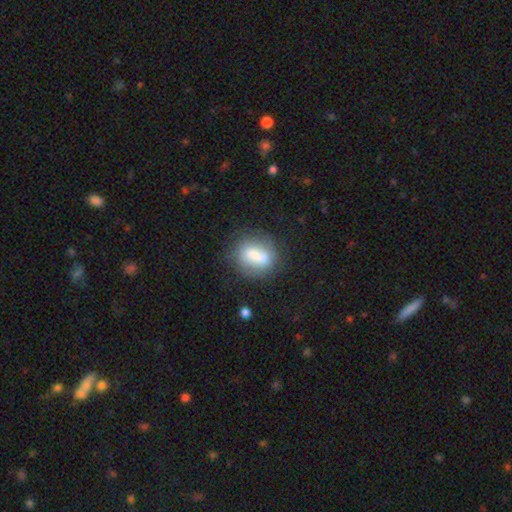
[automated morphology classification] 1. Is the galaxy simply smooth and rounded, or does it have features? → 56% smooth, 35% featured or disk, 9% star or artifact.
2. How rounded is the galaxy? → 48% in between, 46% round, 5% cigar-shaped.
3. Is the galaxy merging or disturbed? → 65% none, 20% minor disturbance, 10% major disturbance, 6% merger.